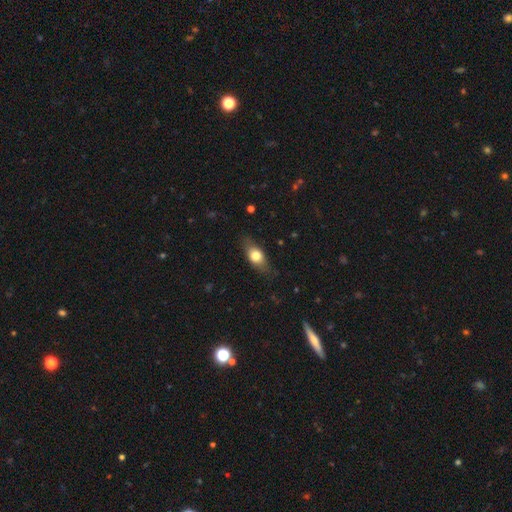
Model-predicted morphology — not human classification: smooth-or-featured: smooth: 69% | featured or disk: 24% | star or artifact: 7%
  how-rounded: in between: 77% | cigar-shaped: 14% | round: 9%
  merging: none: 78% | minor disturbance: 17% | major disturbance: 4% | merger: 1%